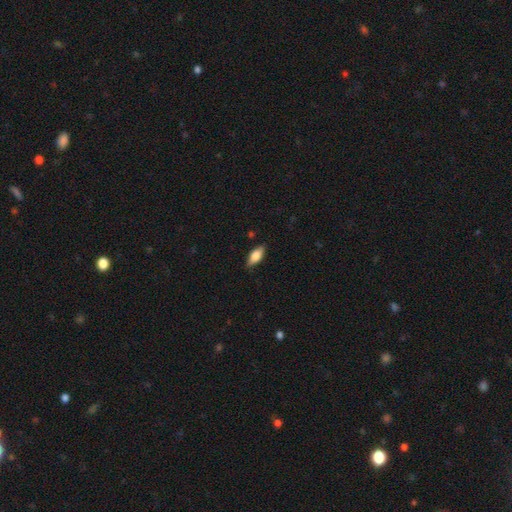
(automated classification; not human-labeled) This is likely a smooth galaxy (77%). How rounded: clearly in between (83%). Merging: clearly none (84%).